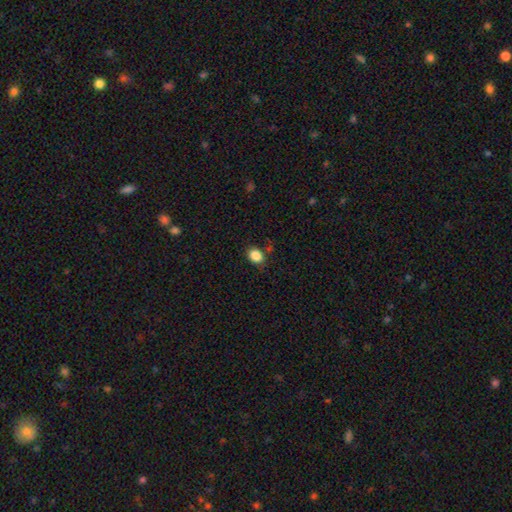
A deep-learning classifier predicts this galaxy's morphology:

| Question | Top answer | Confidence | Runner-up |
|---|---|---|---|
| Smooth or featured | smooth | 86% | star or artifact (10%) |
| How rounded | in between | 57% | round (42%) |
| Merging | none | 81% | minor disturbance (13%) |